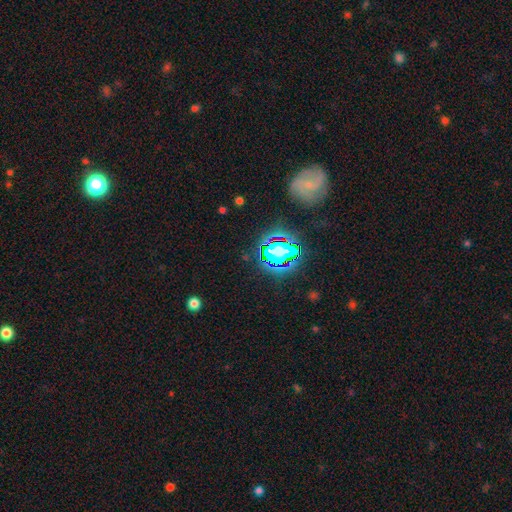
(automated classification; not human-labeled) Q: Smooth or featured?
A: star or artifact (72%); runner-up: smooth (16%)